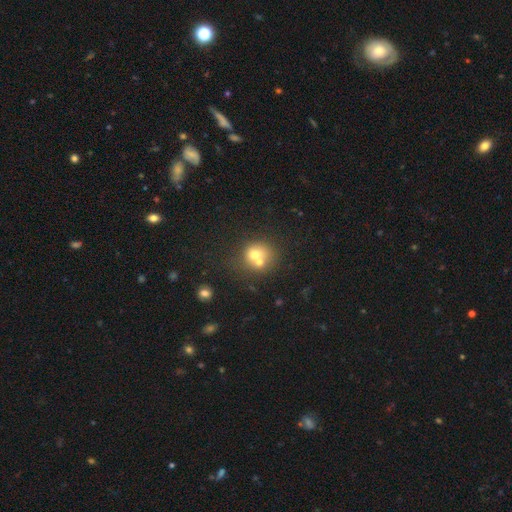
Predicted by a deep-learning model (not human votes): Smooth or featured: smooth — 65% (featured or disk — 22%)
How rounded: round — 80% (in between — 19%)
Merging: merger — 50% (none — 37%)